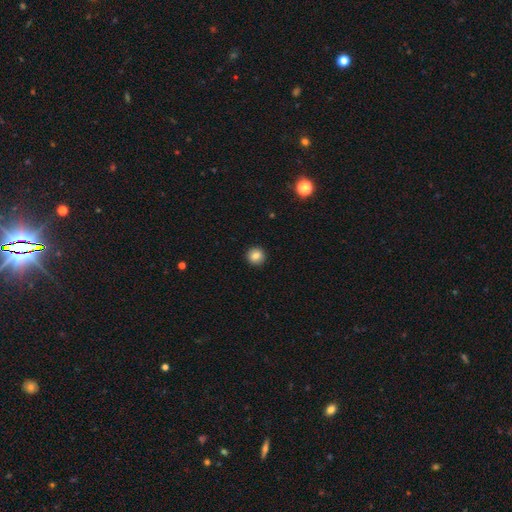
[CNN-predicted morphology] The model was most divided on "smooth or featured": smooth: 83%, star or artifact: 9%, featured or disk: 8%. More confident: how rounded — round (95%); merging — none (93%).